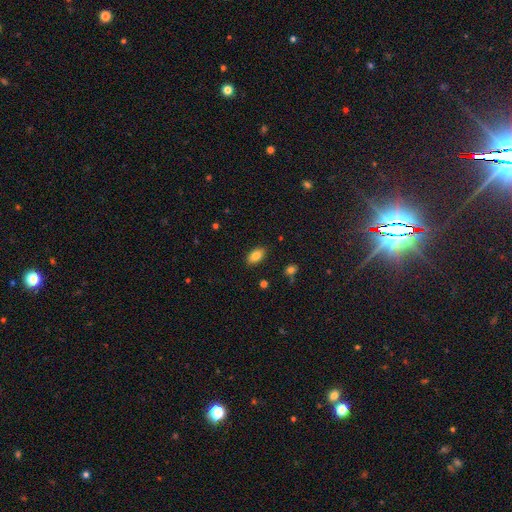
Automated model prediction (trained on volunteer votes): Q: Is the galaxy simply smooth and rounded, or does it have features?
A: smooth — 82%.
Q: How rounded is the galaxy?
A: in between — 91%.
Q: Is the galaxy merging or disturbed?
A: none — 86%.